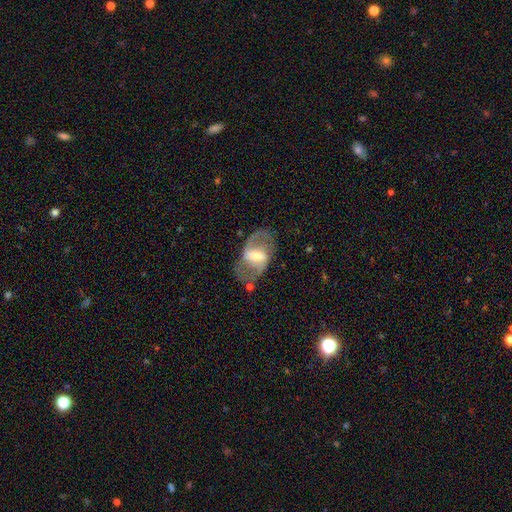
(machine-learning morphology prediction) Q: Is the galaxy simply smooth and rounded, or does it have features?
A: featured or disk — 78%.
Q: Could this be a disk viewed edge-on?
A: no — 94%.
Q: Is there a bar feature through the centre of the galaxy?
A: strong — 51%.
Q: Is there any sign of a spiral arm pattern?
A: yes — 82%.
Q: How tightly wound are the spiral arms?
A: medium — 50%.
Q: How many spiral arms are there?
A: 2 — 87%.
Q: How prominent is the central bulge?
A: moderate — 46%.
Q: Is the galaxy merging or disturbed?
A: none — 72%.